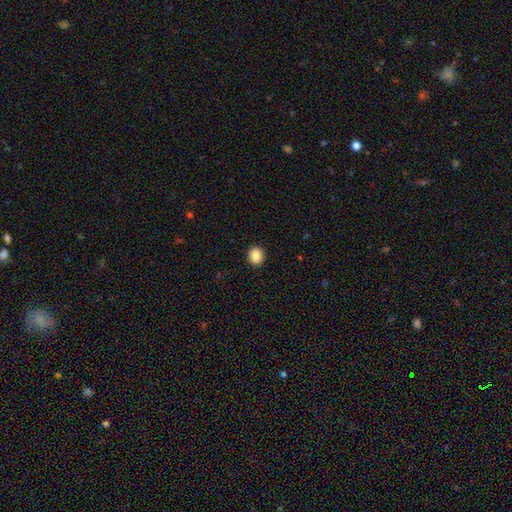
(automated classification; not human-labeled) Overall: smooth (88%). How rounded: round (72%). Merging: none (92%).